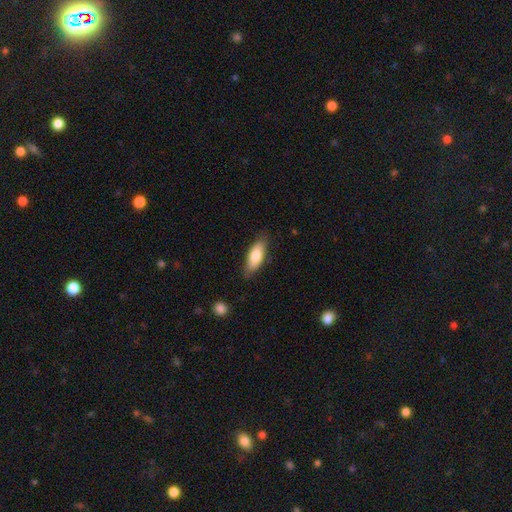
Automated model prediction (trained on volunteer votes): Smooth or featured?
  - smooth: 78% *
  - featured or disk: 16%
  - star or artifact: 6%
How rounded?
  - in between: 74% *
  - cigar-shaped: 24%
  - round: 2%
Merging?
  - none: 79% *
  - minor disturbance: 16%
  - major disturbance: 3%
  - merger: 1%